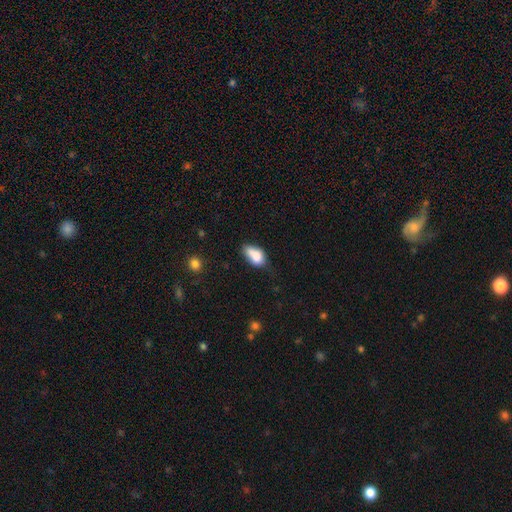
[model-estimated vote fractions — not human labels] Smooth or featured? smooth (77%)
How rounded? in between (87%)
Merging? none (36%)